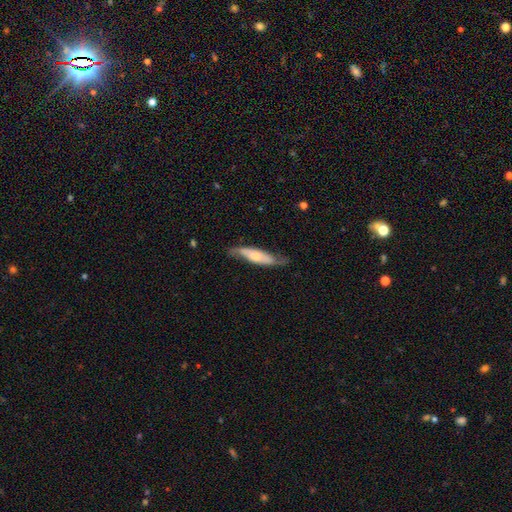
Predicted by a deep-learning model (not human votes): smooth_or_featured: featured or disk (p=0.53) [alt: smooth p=0.42]
disk_edge_on: no (p=0.53) [alt: yes p=0.47]
merging: none (p=0.69) [alt: minor disturbance p=0.23]